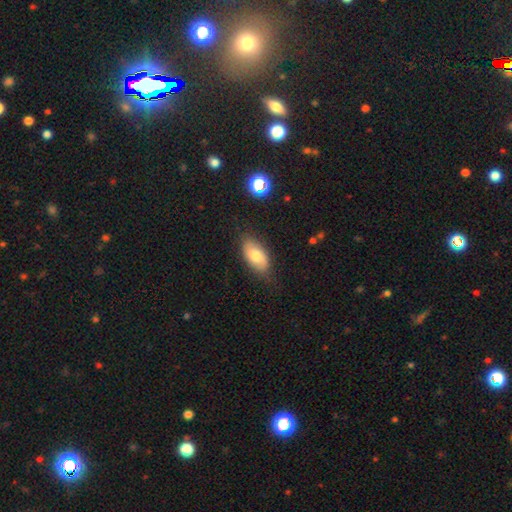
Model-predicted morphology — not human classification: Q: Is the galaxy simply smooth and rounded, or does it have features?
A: smooth — 73%.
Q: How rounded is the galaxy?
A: in between — 92%.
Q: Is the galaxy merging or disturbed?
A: none — 76%.